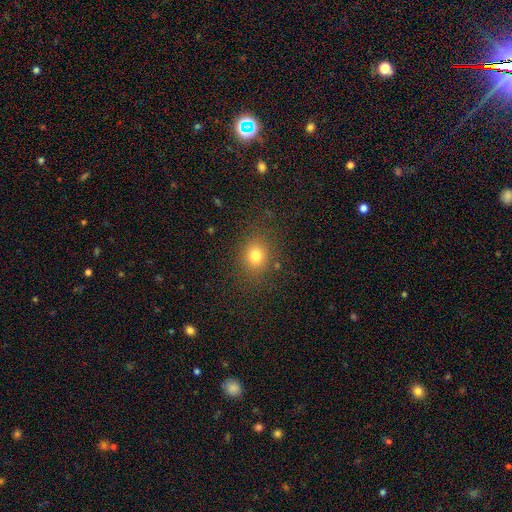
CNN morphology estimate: Q: Smooth or featured?
A: smooth (77%); runner-up: star or artifact (15%)
Q: How rounded?
A: round (73%); runner-up: in between (26%)
Q: Merging?
A: none (84%); runner-up: minor disturbance (10%)